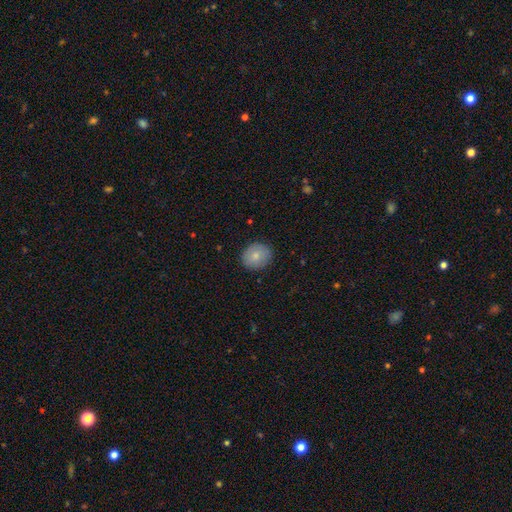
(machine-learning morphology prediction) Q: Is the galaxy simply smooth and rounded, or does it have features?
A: smooth — 79%.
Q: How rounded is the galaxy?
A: round — 73%.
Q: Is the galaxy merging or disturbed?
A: none — 87%.